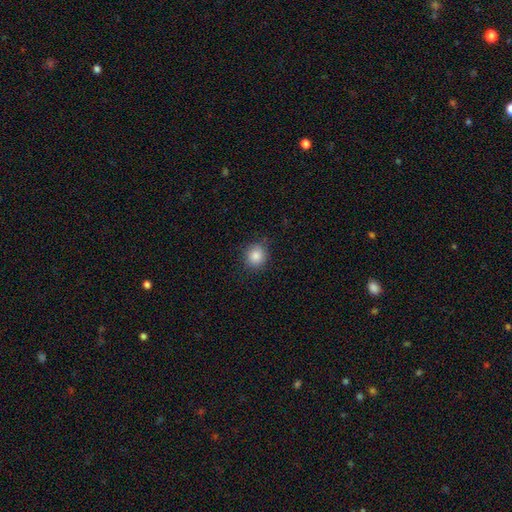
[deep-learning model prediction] Smooth or featured? Predicted: smooth (p=0.86). How rounded? Predicted: round (p=0.88). Merging? Predicted: none (p=0.86).